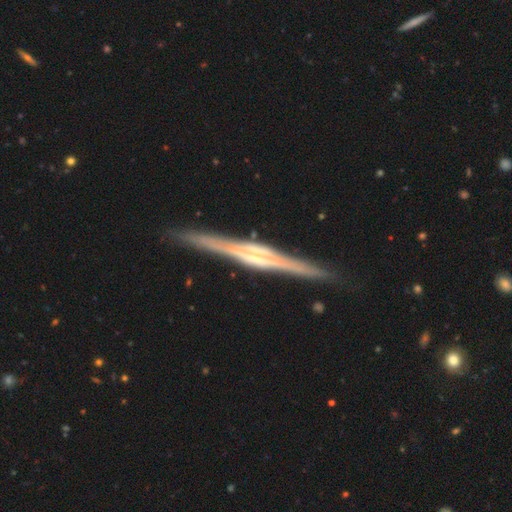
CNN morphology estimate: type=featured or disk (88%); edge-on=yes (98%); edge-on bulge=boxy (47%); merging=none (91%).